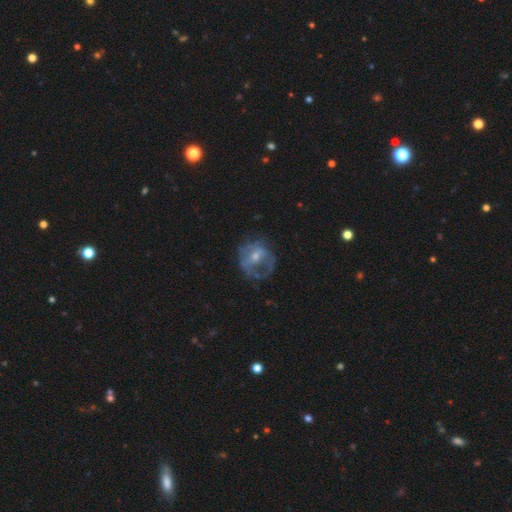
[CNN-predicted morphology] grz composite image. It shows a featured or disk galaxy (61%) with no bar (50%), no spiral arms (58%) and a small central bulge (48%). Merging: none (43%).